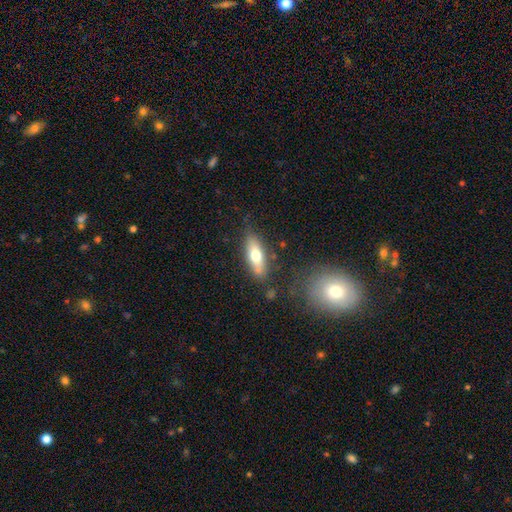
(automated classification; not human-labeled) smooth-or-featured: smooth: 63% | featured or disk: 30% | star or artifact: 6%
  how-rounded: in between: 60% | cigar-shaped: 38% | round: 3%
  merging: none: 78% | minor disturbance: 15% | merger: 4% | major disturbance: 4%